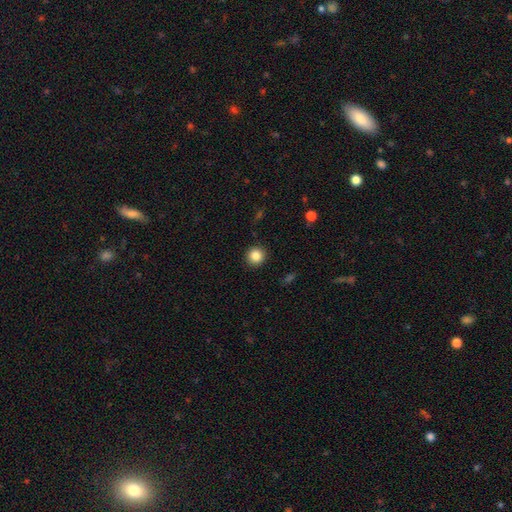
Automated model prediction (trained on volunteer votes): A smooth galaxy with no disk features (85%) that is round (93%).

Vote fractions:
- Smooth or featured? smooth: 85% / star or artifact: 10% / featured or disk: 5%
- How rounded? round: 93% / in between: 6% / cigar-shaped: 1%
- Merging? none: 92% / minor disturbance: 6% / major disturbance: 2% / merger: 1%